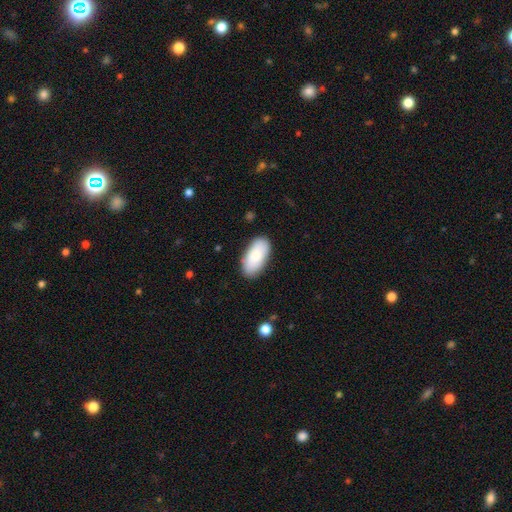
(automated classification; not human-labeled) Smooth or featured? smooth (84%)
How rounded? in between (95%)
Merging? none (85%)